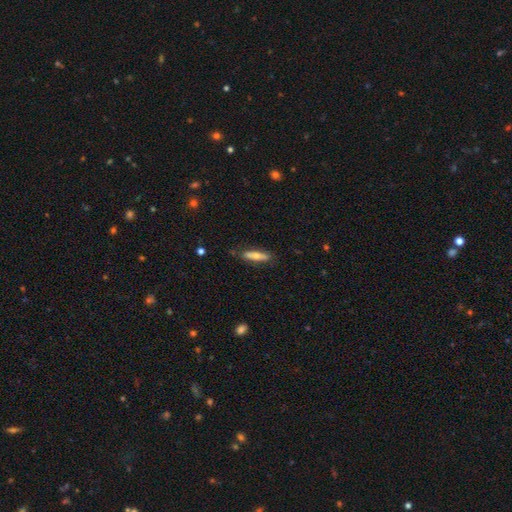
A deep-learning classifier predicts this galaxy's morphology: A smooth galaxy with no disk features (58%) that is cigar-shaped (72%).

Vote fractions:
- Smooth or featured? smooth: 58% / featured or disk: 35% / star or artifact: 6%
- How rounded? cigar-shaped: 72% / in between: 26% / round: 2%
- Merging? none: 80% / minor disturbance: 15% / major disturbance: 3% / merger: 2%